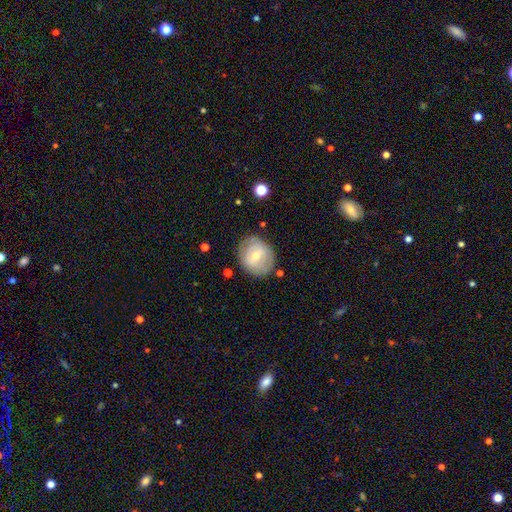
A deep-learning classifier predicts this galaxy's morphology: smooth 48%, featured or disk 45%, star or artifact 7%. Down the decision tree: merging — none (76%).